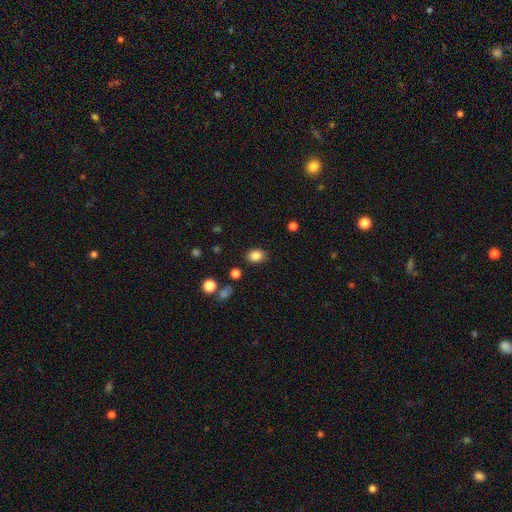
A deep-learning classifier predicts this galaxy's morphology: A smooth galaxy with no disk features (84%) that is in between round and cigar-shaped (63%).

Vote fractions:
- Smooth or featured? smooth: 84% / star or artifact: 10% / featured or disk: 5%
- How rounded? in between: 63% / round: 36% / cigar-shaped: 1%
- Merging? none: 84% / minor disturbance: 10% / major disturbance: 3% / merger: 2%